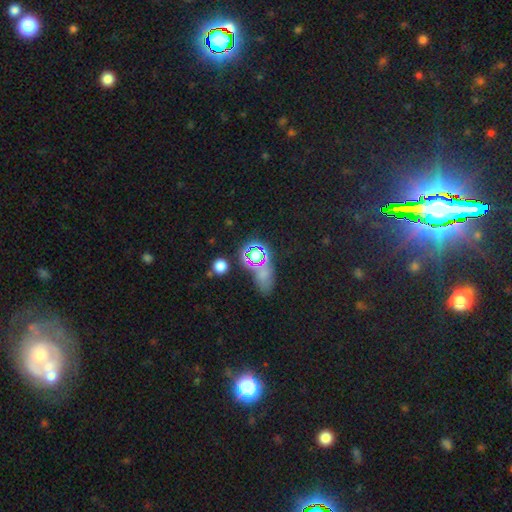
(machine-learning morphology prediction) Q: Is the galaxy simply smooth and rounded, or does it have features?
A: star or artifact — 55%.